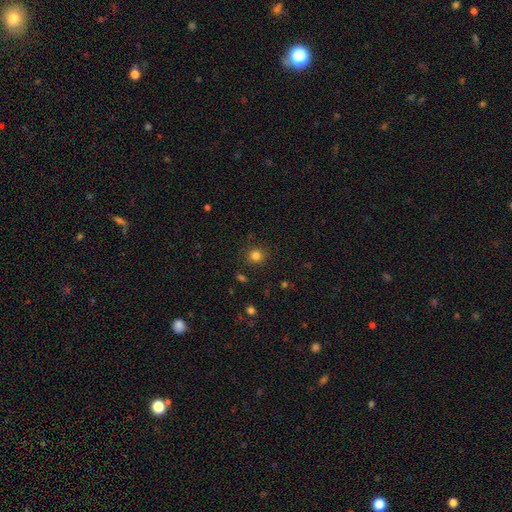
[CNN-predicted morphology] Smooth or featured? Predicted: smooth (p=0.81). How rounded? Predicted: round (p=0.89). Merging? Predicted: none (p=0.87).